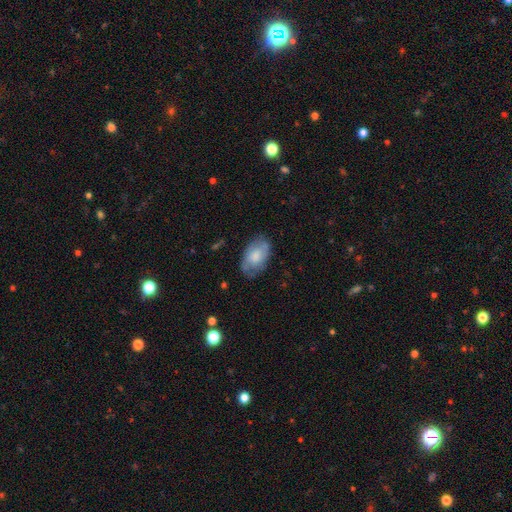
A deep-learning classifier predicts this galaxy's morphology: Smooth or featured?
  - smooth: 60% *
  - featured or disk: 34%
  - star or artifact: 7%
How rounded?
  - in between: 92% *
  - round: 7%
  - cigar-shaped: 1%
Merging?
  - none: 67% *
  - minor disturbance: 24%
  - major disturbance: 7%
  - merger: 1%